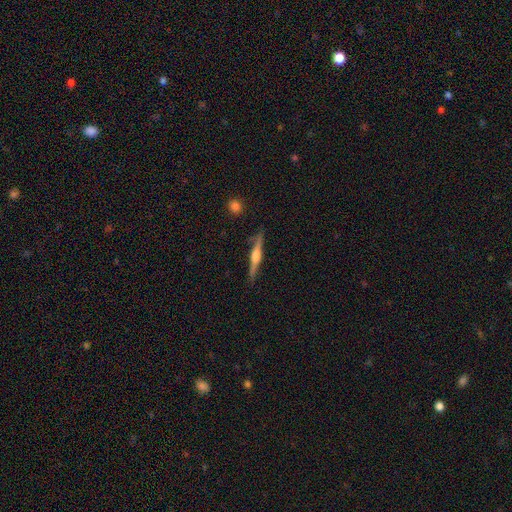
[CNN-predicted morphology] Smooth or featured: featured or disk — 71% (smooth — 23%)
Edge-on disk: yes — 98% (no — 2%)
Edge-on bulge: rounded — 83% (boxy — 11%)
Merging: none — 87% (minor disturbance — 10%)